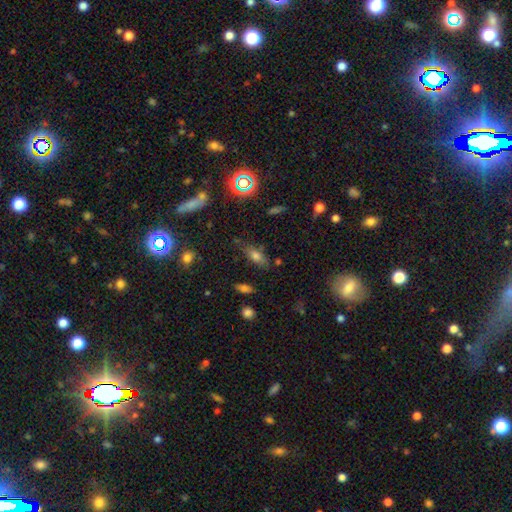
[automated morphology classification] smooth_or_featured: smooth (p=0.68) [alt: featured or disk p=0.17]
how_rounded: in between (p=0.76) [alt: cigar-shaped p=0.18]
merging: none (p=0.68) [alt: minor disturbance p=0.21]